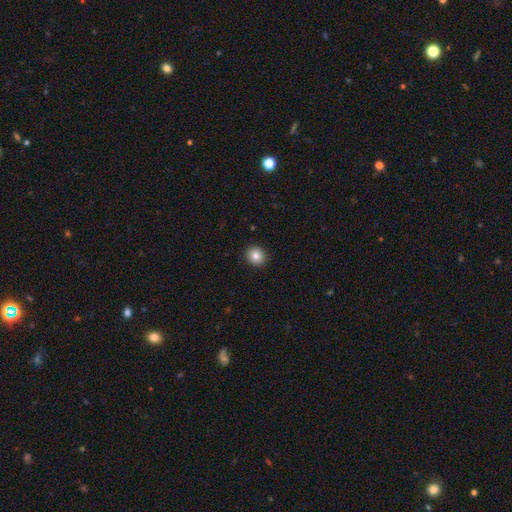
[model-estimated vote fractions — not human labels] This is clearly a smooth galaxy (83%). How rounded: clearly round (85%). Merging: clearly none (92%).